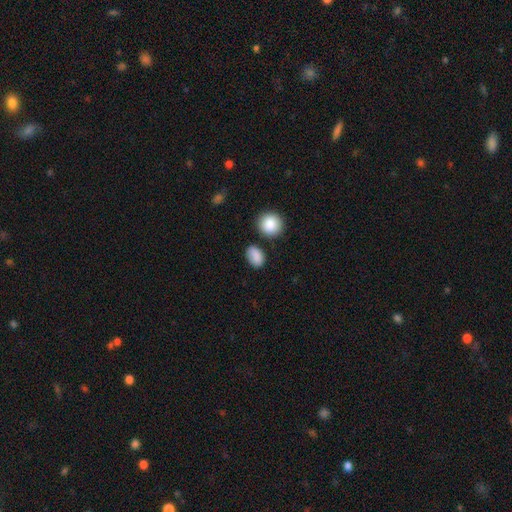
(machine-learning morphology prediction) smooth-or-featured: smooth: 87% | star or artifact: 8% | featured or disk: 5%
  how-rounded: in between: 79% | round: 19% | cigar-shaped: 2%
  merging: none: 76% | minor disturbance: 14% | merger: 6% | major disturbance: 4%